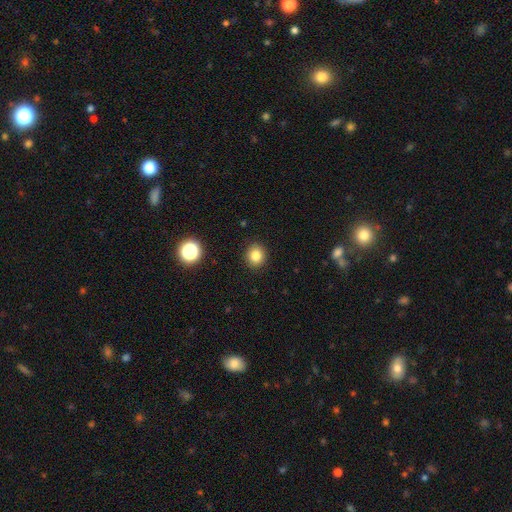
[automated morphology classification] Smooth or featured: smooth — 83% (star or artifact — 12%)
How rounded: round — 82% (in between — 17%)
Merging: none — 91% (minor disturbance — 6%)